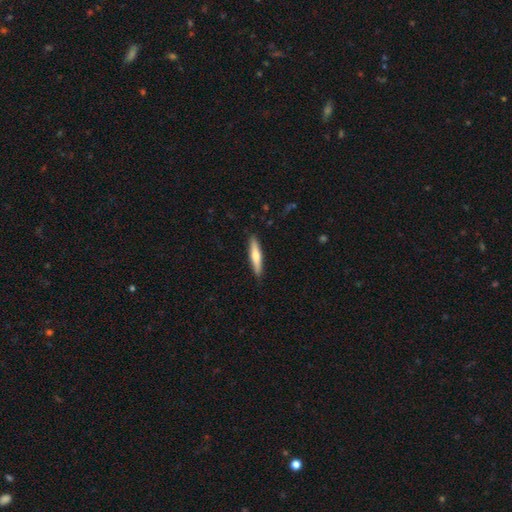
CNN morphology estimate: The model was most divided on "smooth or featured": smooth: 55%, featured or disk: 40%, star or artifact: 5%. More confident: merging — none (89%); how rounded — cigar-shaped (88%).